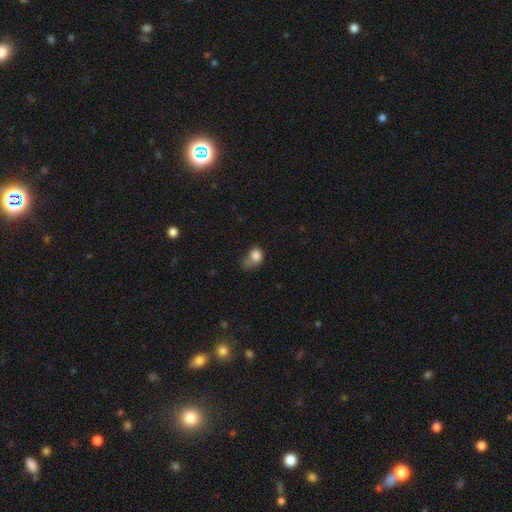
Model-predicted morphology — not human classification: Q: Smooth or featured?
A: smooth (81%); runner-up: star or artifact (11%)
Q: How rounded?
A: in between (51%); runner-up: round (48%)
Q: Merging?
A: minor disturbance (36%); runner-up: major disturbance (32%)